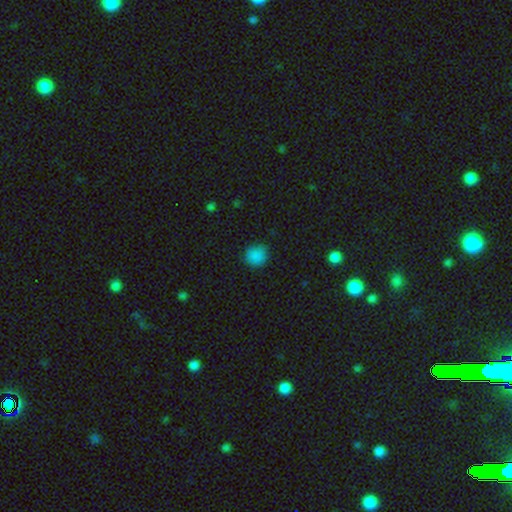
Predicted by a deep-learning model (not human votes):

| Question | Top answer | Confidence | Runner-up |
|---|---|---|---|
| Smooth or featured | smooth | 86% | star or artifact (11%) |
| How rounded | round | 91% | in between (8%) |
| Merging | none | 88% | minor disturbance (8%) |